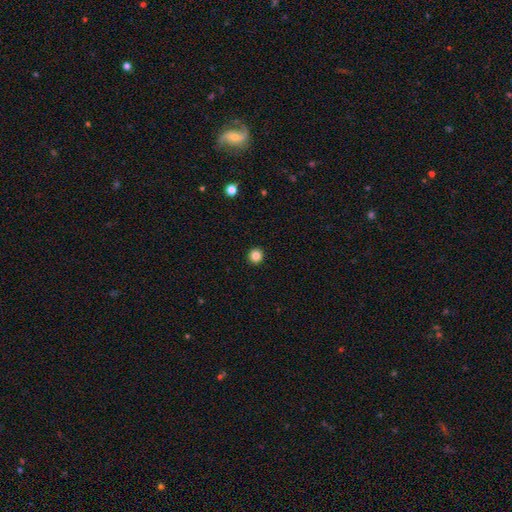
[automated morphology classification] type=smooth (86%); roundness=round (93%); merging=none (94%).